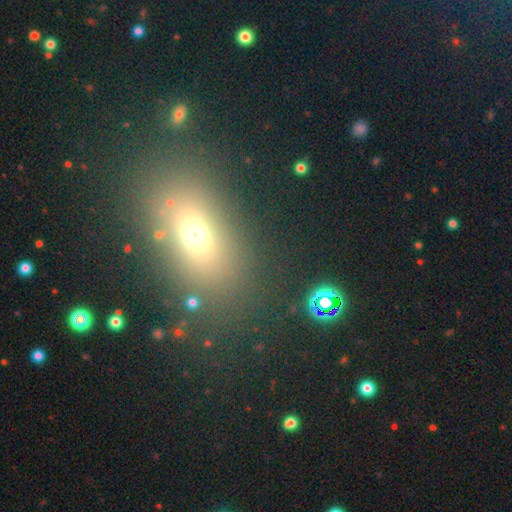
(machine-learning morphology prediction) Smooth or featured: smooth — 58% (star or artifact — 28%)
How rounded: in between — 71% (round — 20%)
Merging: none — 81% (minor disturbance — 10%)